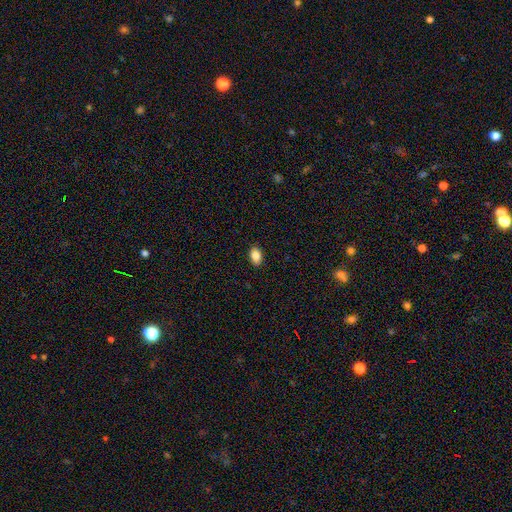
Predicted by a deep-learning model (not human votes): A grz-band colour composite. It shows a smooth galaxy with no disk features (87%) that is in between round and cigar-shaped (88%). Merging: none (90%).